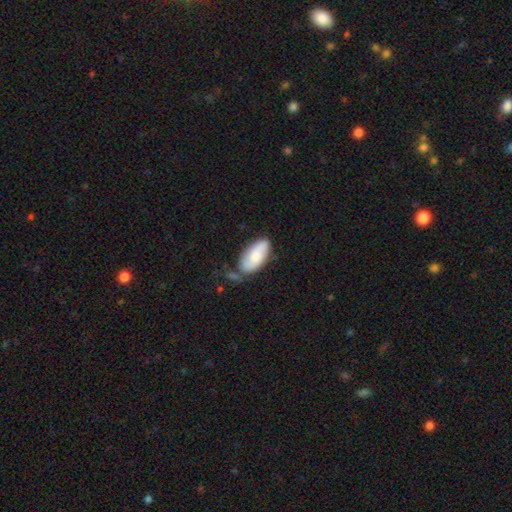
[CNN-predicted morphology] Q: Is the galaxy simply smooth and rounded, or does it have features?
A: smooth — 65%.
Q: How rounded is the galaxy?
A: in between — 92%.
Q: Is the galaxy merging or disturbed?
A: none — 61%.